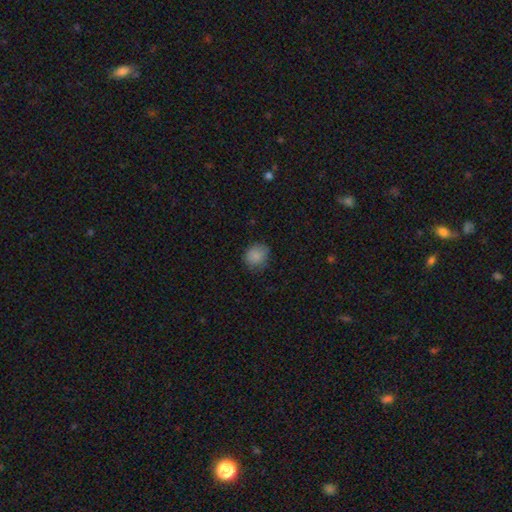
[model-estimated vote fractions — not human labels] The model was most divided on "how rounded": round: 77%, in between: 22%, cigar-shaped: 1%. More confident: smooth or featured — smooth (86%); merging — none (78%).